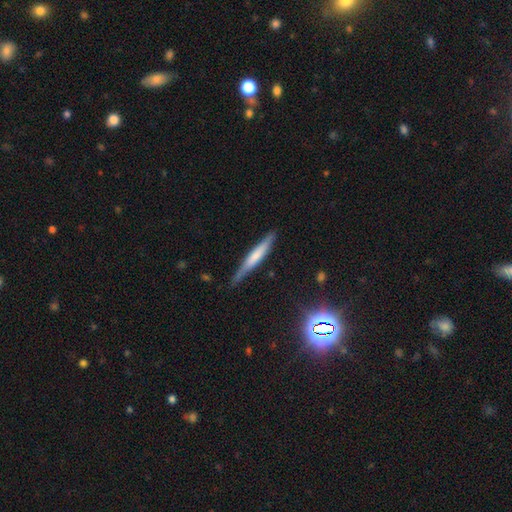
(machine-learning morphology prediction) Smooth or featured? Predicted: smooth (p=0.51). How rounded? Predicted: cigar-shaped (p=0.93). Merging? Predicted: none (p=0.80).